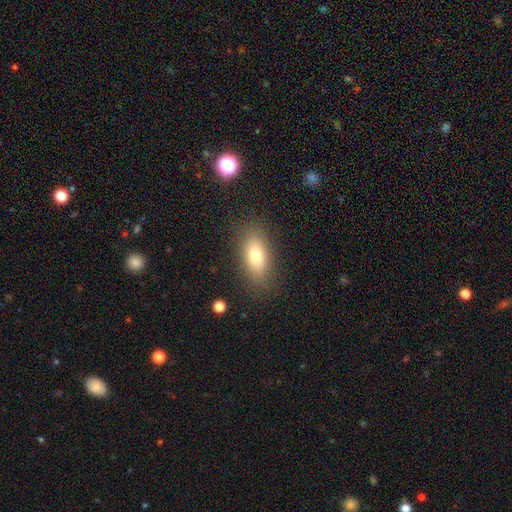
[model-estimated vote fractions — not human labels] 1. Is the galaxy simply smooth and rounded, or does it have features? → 75% smooth, 15% featured or disk, 9% star or artifact.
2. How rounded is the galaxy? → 83% in between, 11% cigar-shaped, 6% round.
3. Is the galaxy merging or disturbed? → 86% none, 10% minor disturbance, 3% major disturbance, 1% merger.